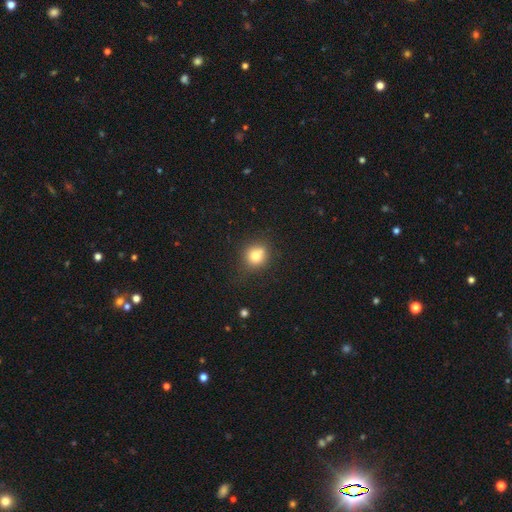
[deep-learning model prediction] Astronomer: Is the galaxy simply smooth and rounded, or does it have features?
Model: smooth — 76%.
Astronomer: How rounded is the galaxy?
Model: round — 82%.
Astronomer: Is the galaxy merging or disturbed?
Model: none — 65%.